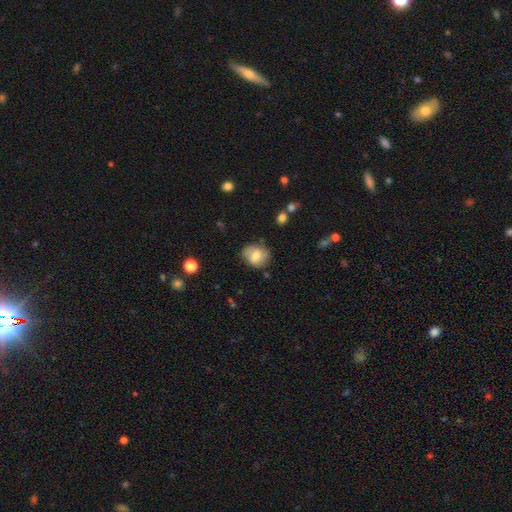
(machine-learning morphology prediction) smooth-or-featured: smooth: 68% | featured or disk: 24% | star or artifact: 8%
  how-rounded: round: 64% | in between: 35% | cigar-shaped: 1%
  merging: none: 69% | minor disturbance: 23% | major disturbance: 6% | merger: 2%